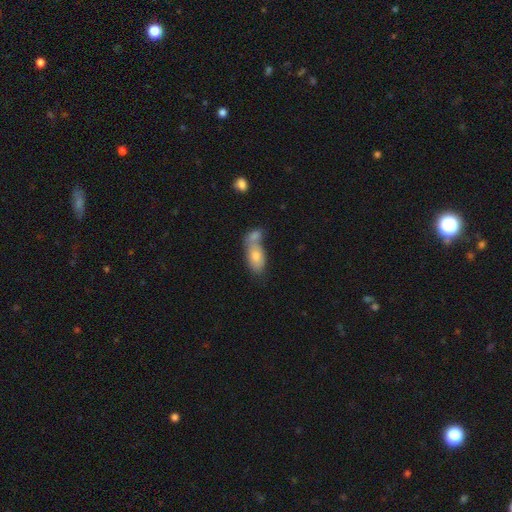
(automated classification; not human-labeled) Smooth or featured? Predicted: smooth (p=0.75). How rounded? Predicted: in between (p=0.89). Merging? Predicted: merger (p=0.55).